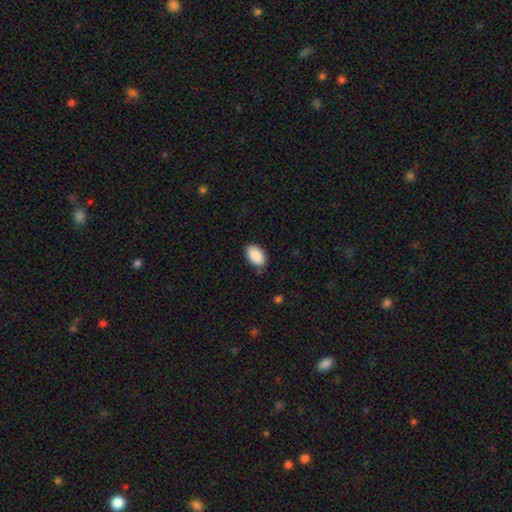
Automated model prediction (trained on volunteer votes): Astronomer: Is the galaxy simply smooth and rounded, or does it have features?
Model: smooth — 90%.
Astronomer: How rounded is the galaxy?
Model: in between — 94%.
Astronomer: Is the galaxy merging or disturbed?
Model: none — 83%.